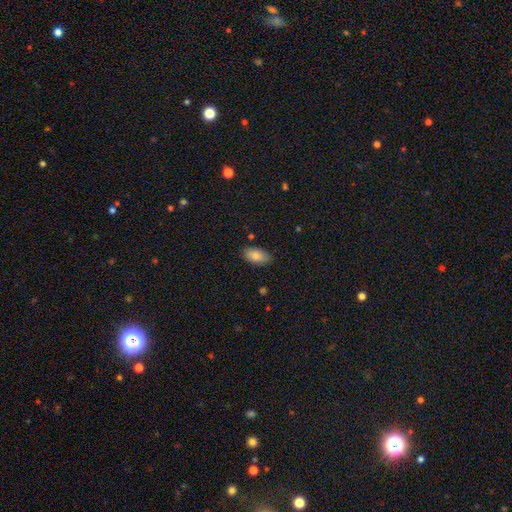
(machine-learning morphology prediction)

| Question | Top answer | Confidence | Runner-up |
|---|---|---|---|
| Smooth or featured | smooth | 85% | featured or disk (8%) |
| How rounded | in between | 94% | round (3%) |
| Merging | none | 84% | minor disturbance (12%) |